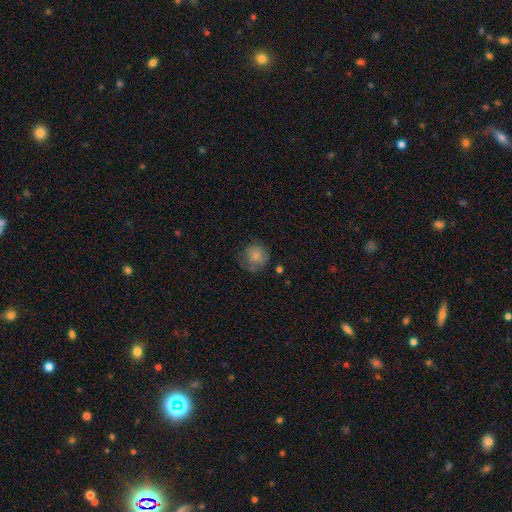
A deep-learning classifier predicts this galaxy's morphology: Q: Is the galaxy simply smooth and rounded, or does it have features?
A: smooth — 80%.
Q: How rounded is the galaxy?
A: round — 89%.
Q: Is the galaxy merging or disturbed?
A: none — 62%.